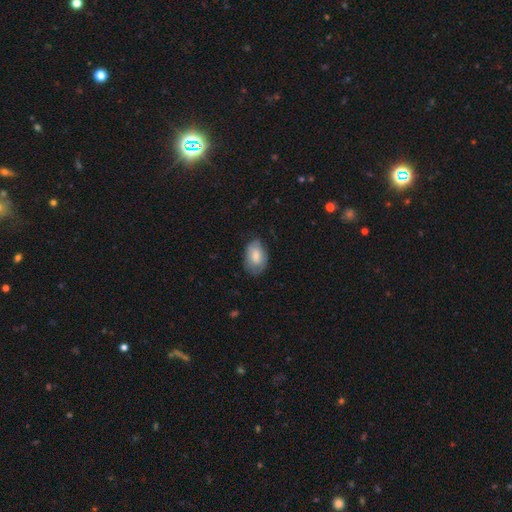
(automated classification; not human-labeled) The model was most divided on "merging": none: 65%, minor disturbance: 27%, major disturbance: 7%, merger: 1%. More confident: how rounded — in between (89%); smooth or featured — smooth (75%).